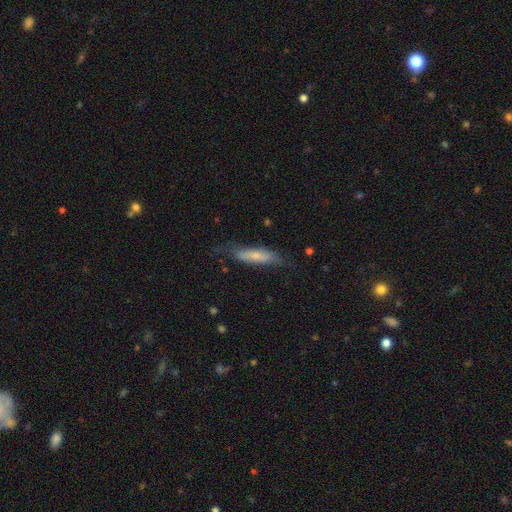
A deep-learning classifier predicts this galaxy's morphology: Smooth or featured? smooth (60%)
How rounded? cigar-shaped (72%)
Merging? none (60%)